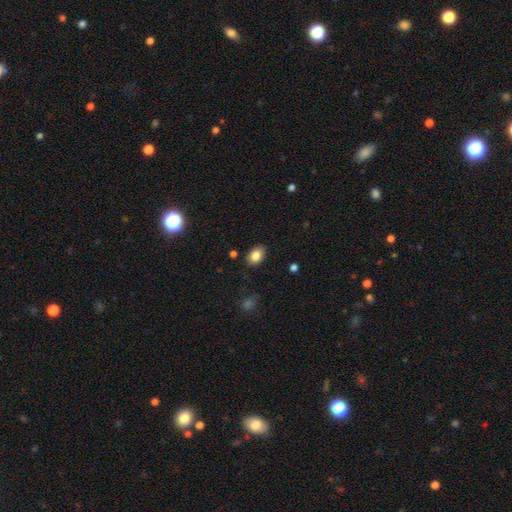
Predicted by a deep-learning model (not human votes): Morphology: type=smooth (84%); roundness=in between (75%); merging=none (84%).